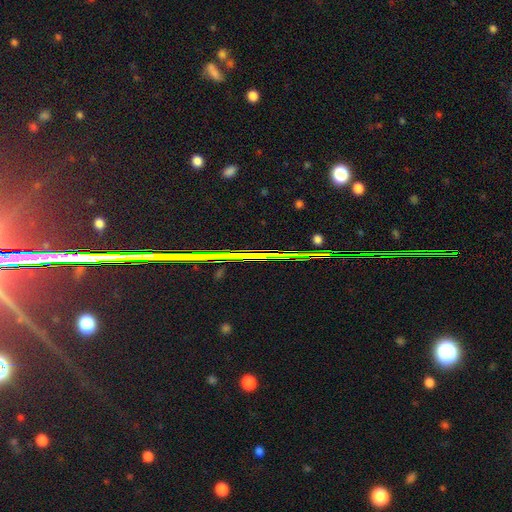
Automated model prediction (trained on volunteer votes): Smooth or featured? Predicted: star or artifact (p=0.84).